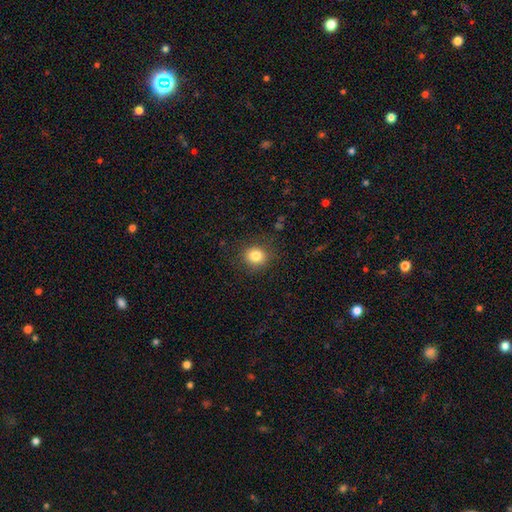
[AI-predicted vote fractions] smooth-or-featured: smooth: 83% | star or artifact: 11% | featured or disk: 6%
  how-rounded: round: 85% | in between: 14% | cigar-shaped: 1%
  merging: none: 87% | minor disturbance: 9% | major disturbance: 3% | merger: 1%